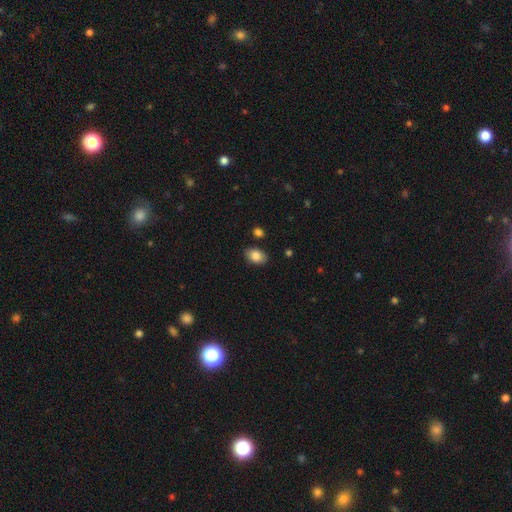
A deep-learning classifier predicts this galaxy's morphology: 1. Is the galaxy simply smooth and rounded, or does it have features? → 85% smooth, 8% star or artifact, 7% featured or disk.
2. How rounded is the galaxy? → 84% in between, 15% round, 1% cigar-shaped.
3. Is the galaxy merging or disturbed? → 83% none, 11% minor disturbance, 3% merger, 3% major disturbance.